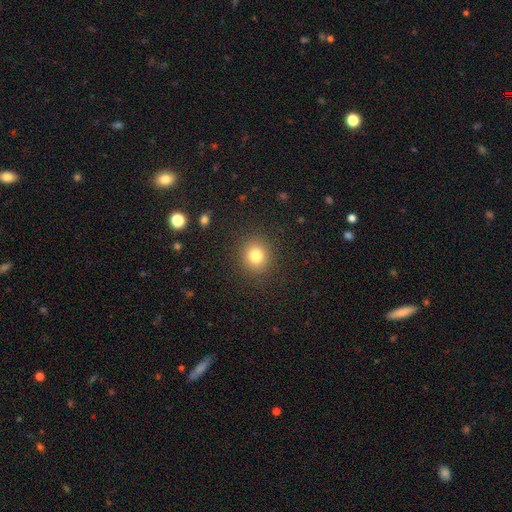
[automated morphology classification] Smooth or featured? Predicted: smooth (p=0.81). How rounded? Predicted: round (p=0.84). Merging? Predicted: none (p=0.89).